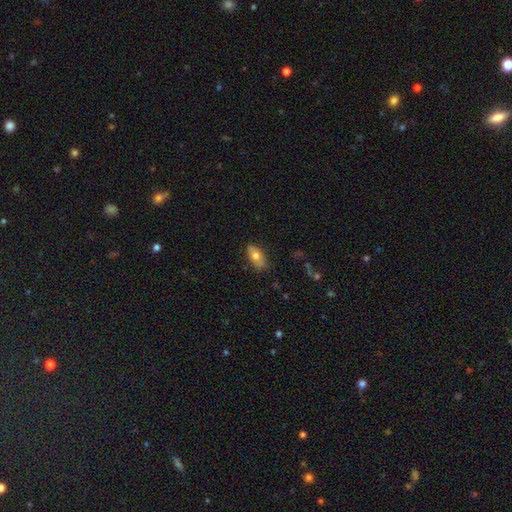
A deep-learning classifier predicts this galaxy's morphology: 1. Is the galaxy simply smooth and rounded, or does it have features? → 71% smooth, 22% featured or disk, 7% star or artifact.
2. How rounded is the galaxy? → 90% in between, 6% cigar-shaped, 5% round.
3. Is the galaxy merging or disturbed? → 79% none, 16% minor disturbance, 3% major disturbance, 1% merger.